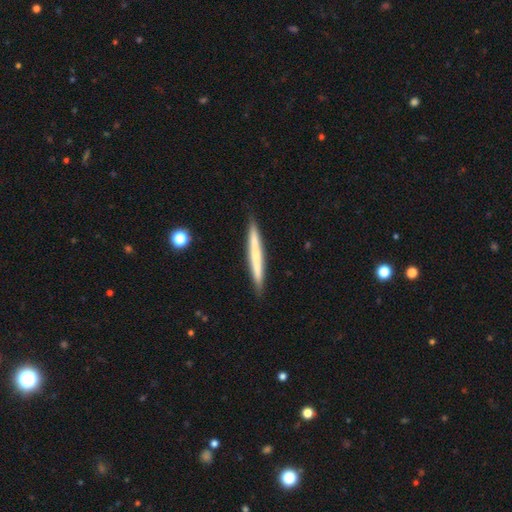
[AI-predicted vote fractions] smooth-or-featured: smooth: 55% | featured or disk: 40% | star or artifact: 6%
  how-rounded: cigar-shaped: 97% | in between: 2% | round: 1%
  merging: none: 91% | minor disturbance: 7% | major disturbance: 1% | merger: 1%